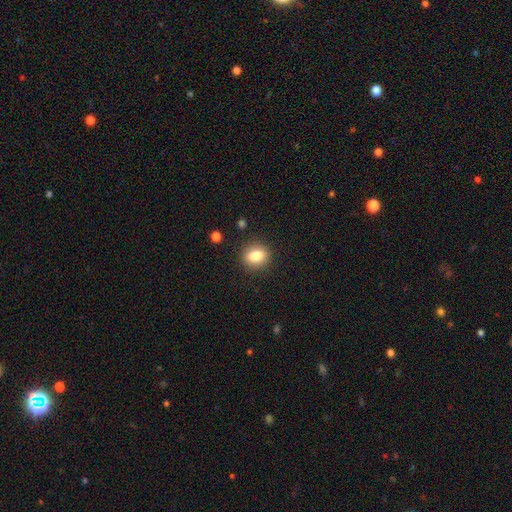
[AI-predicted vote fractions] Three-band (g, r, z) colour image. It shows a smooth galaxy with no disk features (83%) that is round (51%). Merging: none (88%).